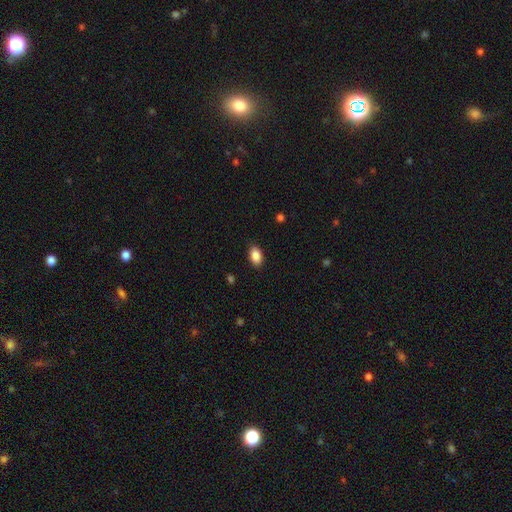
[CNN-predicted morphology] smooth 88%, star or artifact 8%, featured or disk 4%. Down the decision tree: how rounded — in between (90%); merging — none (86%).